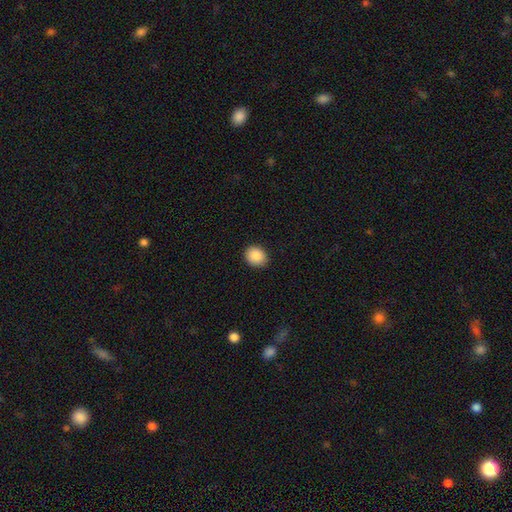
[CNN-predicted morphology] Q: Smooth or featured?
A: smooth (88%); runner-up: star or artifact (8%)
Q: How rounded?
A: round (56%); runner-up: in between (43%)
Q: Merging?
A: none (88%); runner-up: minor disturbance (9%)